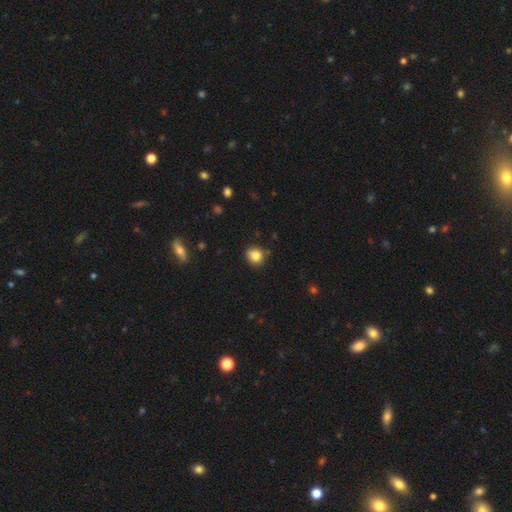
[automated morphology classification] This is clearly a smooth galaxy (82%). How rounded: clearly round (86%). Merging: clearly none (83%).